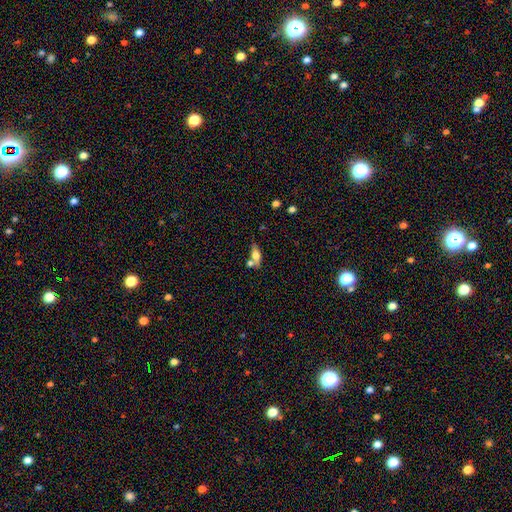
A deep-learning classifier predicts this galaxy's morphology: smooth_or_featured: smooth (p=0.54) [alt: featured or disk p=0.37]
how_rounded: in between (p=0.61) [alt: cigar-shaped p=0.34]
merging: none (p=0.54) [alt: merger p=0.27]